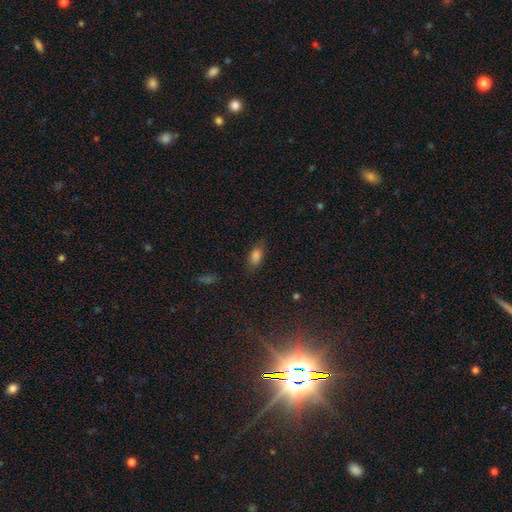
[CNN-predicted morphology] Smooth or featured: smooth — 82% (star or artifact — 12%)
How rounded: in between — 88% (round — 7%)
Merging: none — 73% (minor disturbance — 20%)